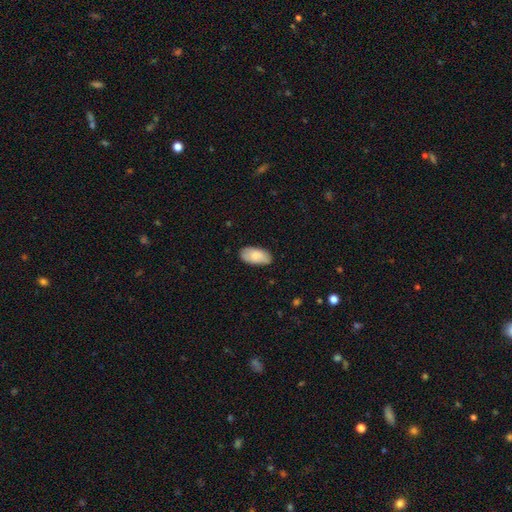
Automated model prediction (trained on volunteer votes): Overall: smooth (84%). How rounded: in between (95%). Merging: none (83%).